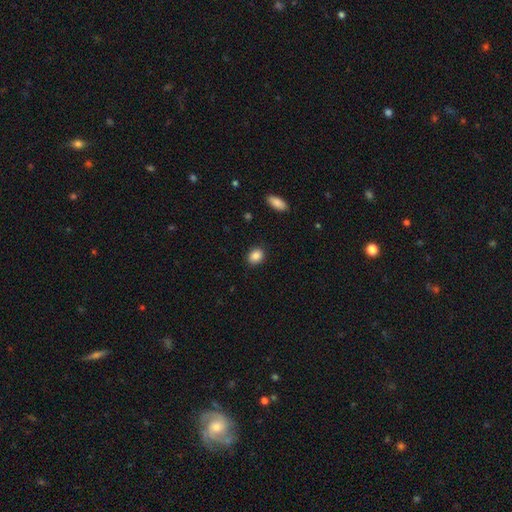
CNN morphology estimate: Smooth or featured? smooth (86%)
How rounded? in between (49%, tied with round)
Merging? none (89%)